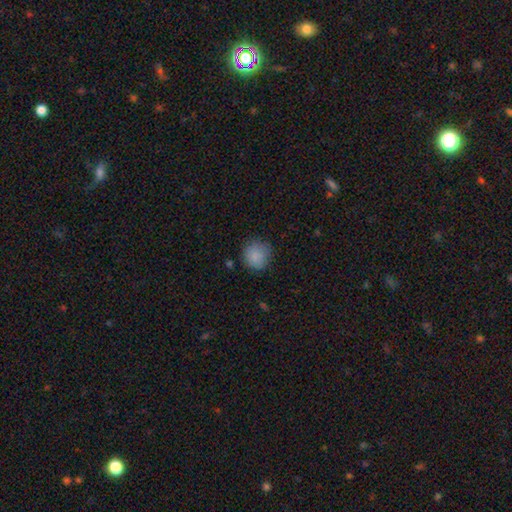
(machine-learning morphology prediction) This is clearly a smooth galaxy (86%). How rounded: clearly round (90%). Merging: likely none (79%).